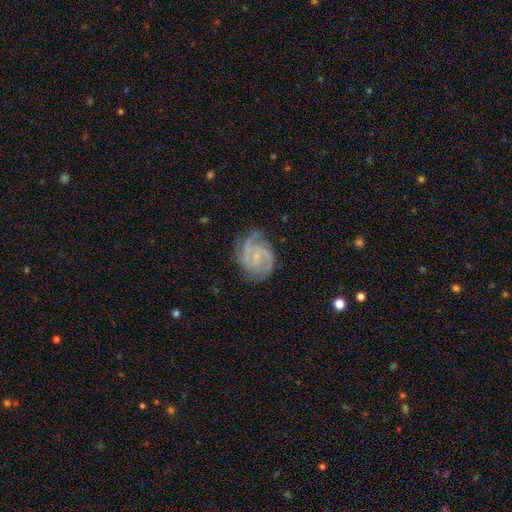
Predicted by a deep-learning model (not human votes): Overall: featured or disk (87%). Edge-on disk: no (98%). Bar: no (58%; weak 35%). Spiral arms: yes (97%). Spiral arm count: 2 (42%; 3 30%). Spiral winding: tight (52%; medium 41%). Bulge size: small (76%). Merging: none (73%).